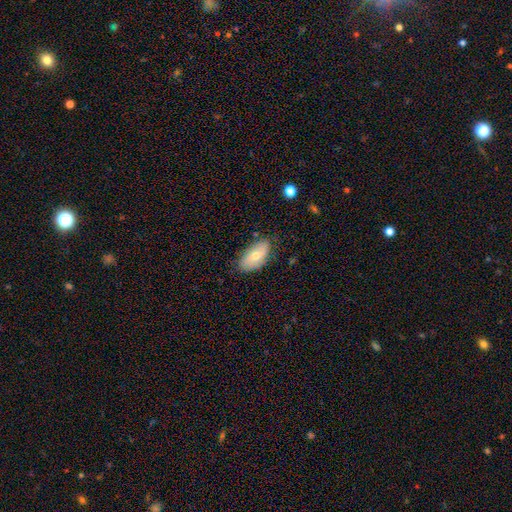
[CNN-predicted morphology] This is likely a smooth galaxy (67%). How rounded: clearly in between (94%). Merging: likely none (75%).